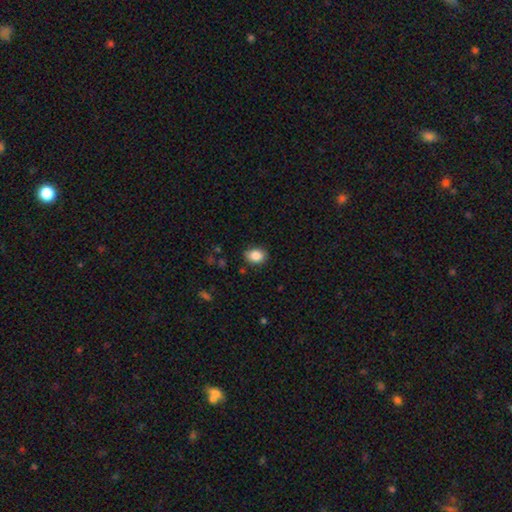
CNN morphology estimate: smooth-or-featured: smooth: 86% | star or artifact: 9% | featured or disk: 5%
  how-rounded: in between: 66% | round: 33% | cigar-shaped: 1%
  merging: none: 83% | minor disturbance: 13% | major disturbance: 3% | merger: 1%